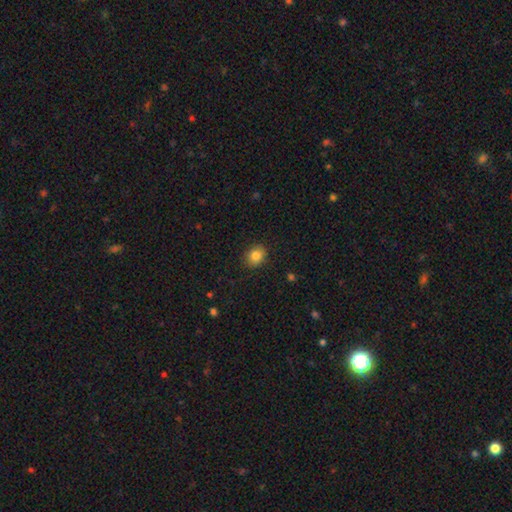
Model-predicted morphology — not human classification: Smooth or featured? smooth (84%)
How rounded? round (52%)
Merging? none (87%)